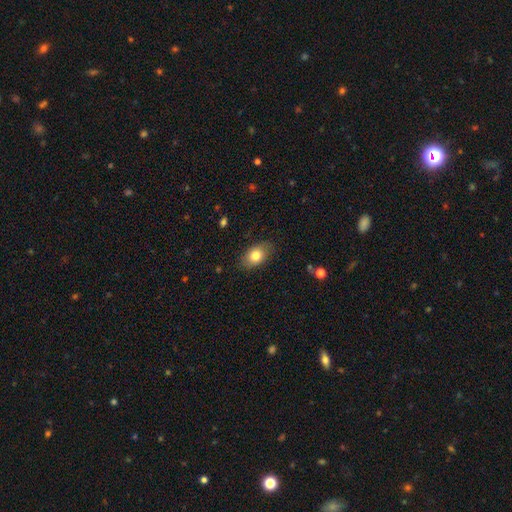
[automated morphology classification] A smooth galaxy with no disk features (80%) that is in between round and cigar-shaped (85%).

Vote fractions:
- Smooth or featured? smooth: 80% / featured or disk: 13% / star or artifact: 8%
- How rounded? in between: 85% / round: 13% / cigar-shaped: 2%
- Merging? none: 83% / minor disturbance: 13% / major disturbance: 3% / merger: 1%